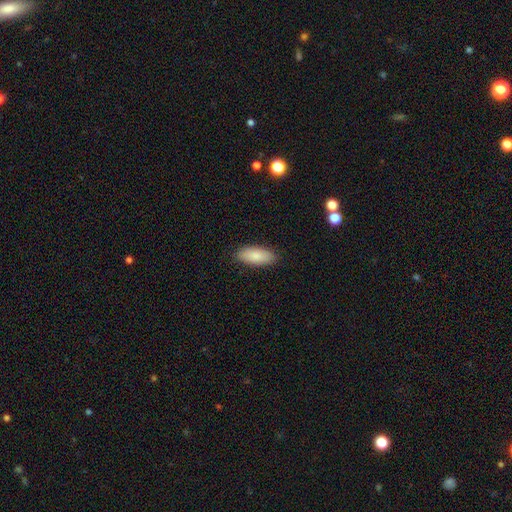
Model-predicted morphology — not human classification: smooth 87%, featured or disk 7%, star or artifact 6%. Down the decision tree: how rounded — in between (80%); merging — none (89%).